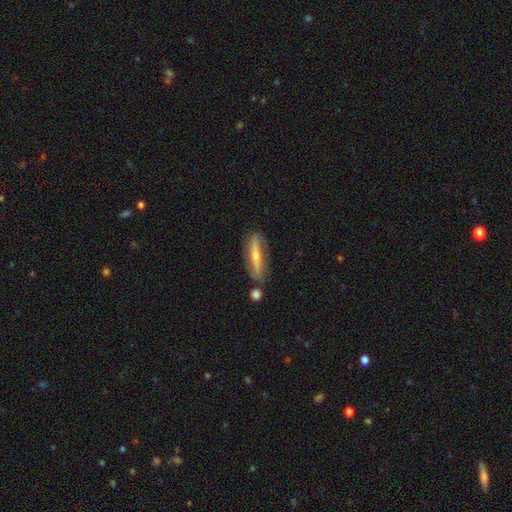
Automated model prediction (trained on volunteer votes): Q: Smooth or featured?
A: featured or disk (64%); runner-up: smooth (29%)
Q: Edge-on disk?
A: yes (56%); runner-up: no (44%)
Q: Merging?
A: none (77%); runner-up: minor disturbance (14%)